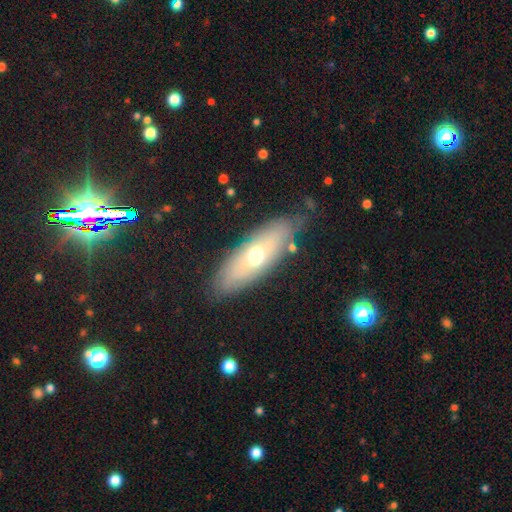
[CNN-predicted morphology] Overall: smooth (52%; featured or disk 41%). How rounded: in between (69%). Merging: none (78%).